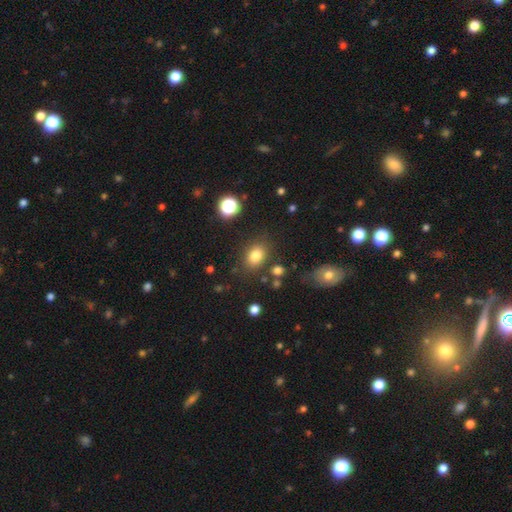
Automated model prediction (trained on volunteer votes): Smooth or featured: smooth — 80% (star or artifact — 12%)
How rounded: in between — 63% (round — 36%)
Merging: none — 79% (minor disturbance — 12%)